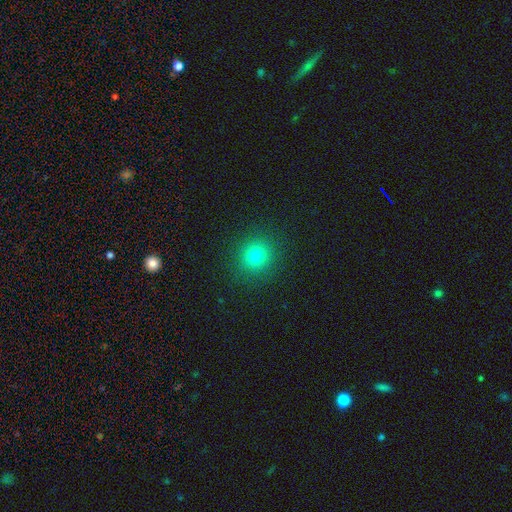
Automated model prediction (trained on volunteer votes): smooth_or_featured: smooth (p=0.79) [alt: star or artifact p=0.15]
how_rounded: round (p=0.91) [alt: in between p=0.08]
merging: none (p=0.90) [alt: minor disturbance p=0.06]